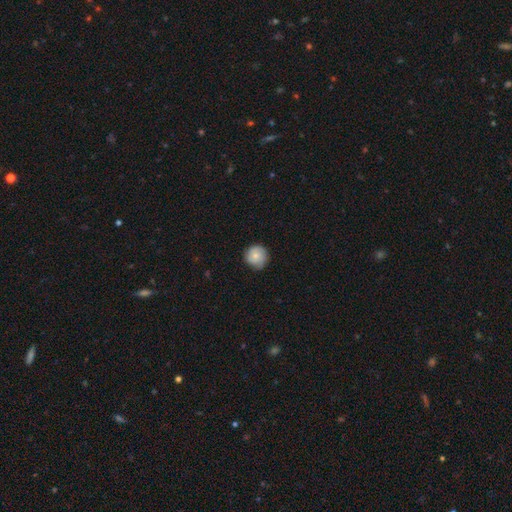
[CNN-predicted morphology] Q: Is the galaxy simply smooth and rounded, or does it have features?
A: smooth — 75%.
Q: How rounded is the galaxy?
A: round — 93%.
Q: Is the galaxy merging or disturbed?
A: none — 77%.